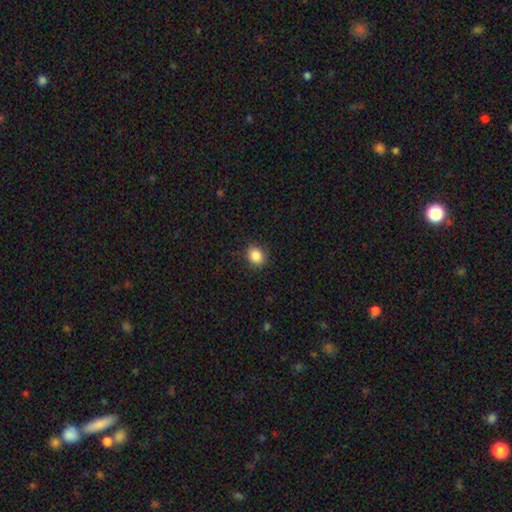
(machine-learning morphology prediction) Smooth or featured? Predicted: smooth (p=0.87). How rounded? Predicted: round (p=0.68). Merging? Predicted: none (p=0.89).